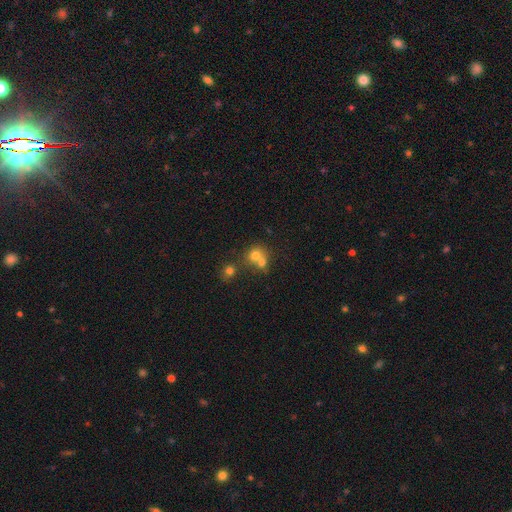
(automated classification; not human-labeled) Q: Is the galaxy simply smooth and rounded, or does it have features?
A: smooth — 69%.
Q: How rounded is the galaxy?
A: round — 78%.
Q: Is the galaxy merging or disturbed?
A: merger — 54%.